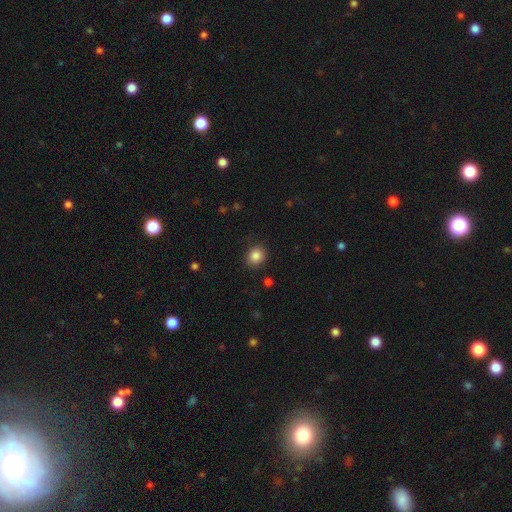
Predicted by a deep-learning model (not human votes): The model was most divided on "how rounded": round: 71%, in between: 28%, cigar-shaped: 1%. More confident: merging — none (87%); smooth or featured — smooth (86%).